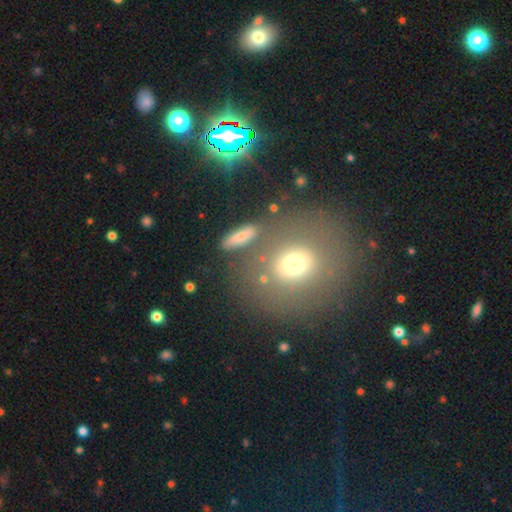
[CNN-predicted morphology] smooth-or-featured: smooth: 56% | star or artifact: 24% | featured or disk: 19%
  how-rounded: round: 75% | in between: 23% | cigar-shaped: 2%
  merging: none: 72% | merger: 12% | minor disturbance: 11% | major disturbance: 6%